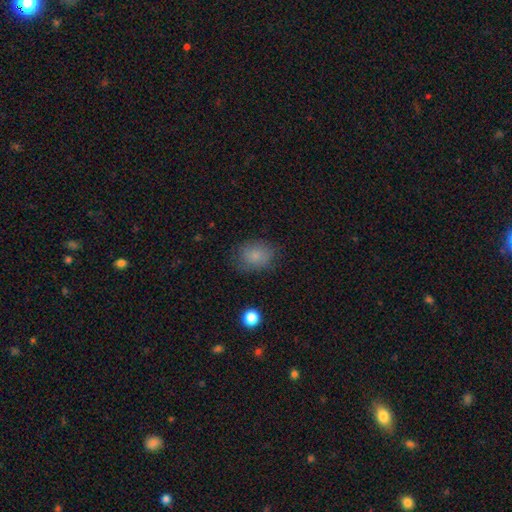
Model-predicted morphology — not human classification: A smooth galaxy with no disk features (80%) that is in between round and cigar-shaped (55%).

Vote fractions:
- Smooth or featured? smooth: 80% / star or artifact: 10% / featured or disk: 9%
- How rounded? in between: 55% / round: 44% / cigar-shaped: 1%
- Merging? none: 73% / minor disturbance: 19% / major disturbance: 7% / merger: 1%